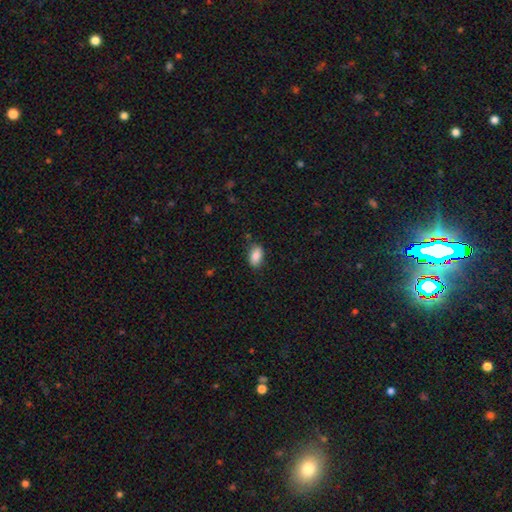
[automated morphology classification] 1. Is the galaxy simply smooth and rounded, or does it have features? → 86% smooth, 8% star or artifact, 6% featured or disk.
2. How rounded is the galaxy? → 91% in between, 7% round, 2% cigar-shaped.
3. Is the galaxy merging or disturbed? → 81% none, 14% minor disturbance, 3% major disturbance, 2% merger.